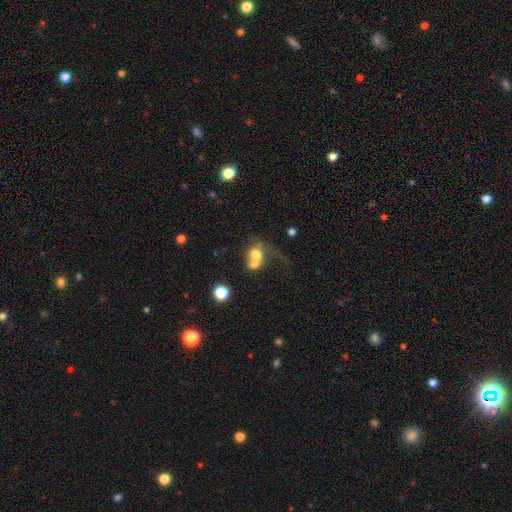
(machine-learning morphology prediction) This appears to be a smooth galaxy with no disk features (64%) that is round (60%). Merging: merger (61%).